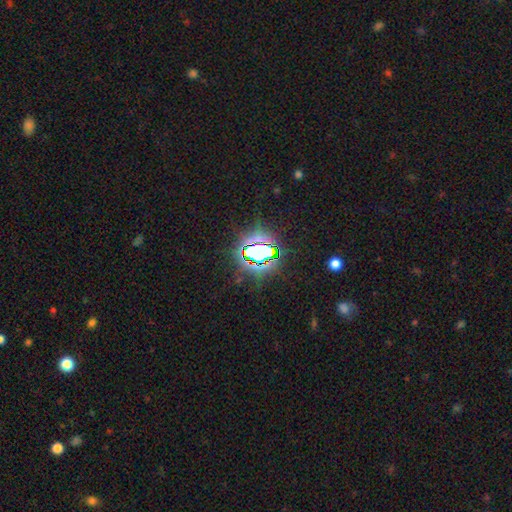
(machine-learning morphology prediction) star or artifact 80%, smooth 11%, featured or disk 8%.